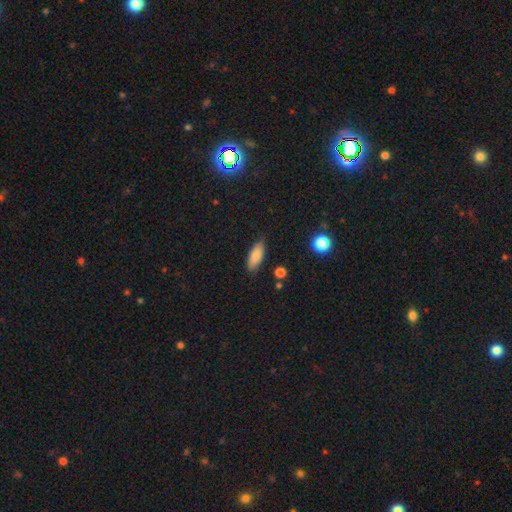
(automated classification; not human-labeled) This appears to be a smooth galaxy with no disk features (84%) that is in between round and cigar-shaped (76%). Merging: none (83%).